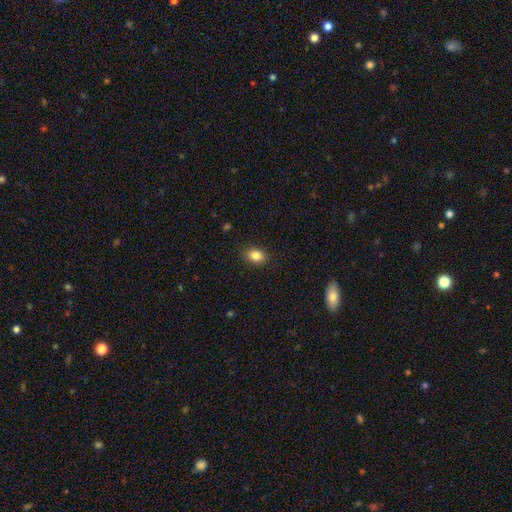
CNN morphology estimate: A smooth galaxy with no disk features (85%) that is in between round and cigar-shaped (71%). Merging: none (88%).